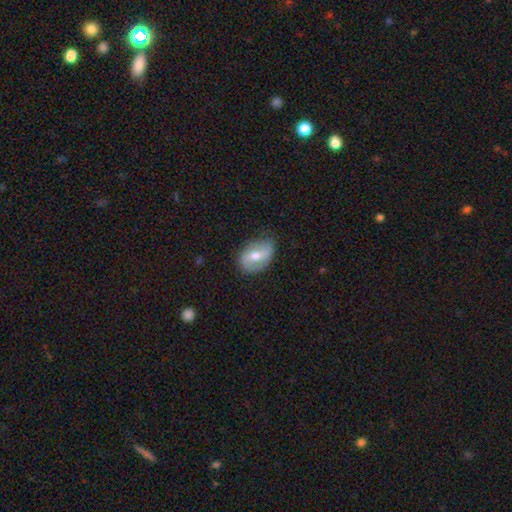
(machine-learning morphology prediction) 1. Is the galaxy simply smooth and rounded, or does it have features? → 48% smooth, 45% featured or disk, 7% star or artifact.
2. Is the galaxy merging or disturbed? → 71% none, 23% minor disturbance, 6% major disturbance, 1% merger.